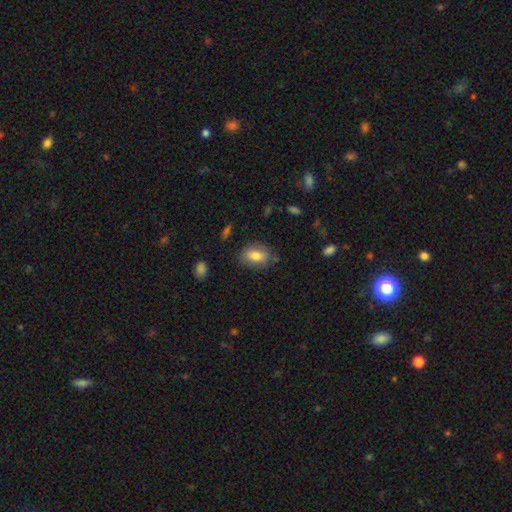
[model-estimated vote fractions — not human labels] smooth_or_featured: smooth (p=0.81) [alt: featured or disk p=0.11]
how_rounded: in between (p=0.84) [alt: round p=0.13]
merging: none (p=0.77) [alt: minor disturbance p=0.16]